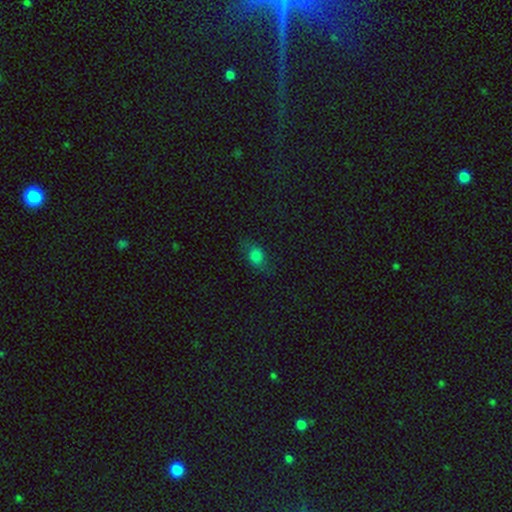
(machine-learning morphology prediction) smooth 77%, star or artifact 14%, featured or disk 9%. Down the decision tree: how rounded — in between (75%); merging — none (67%).